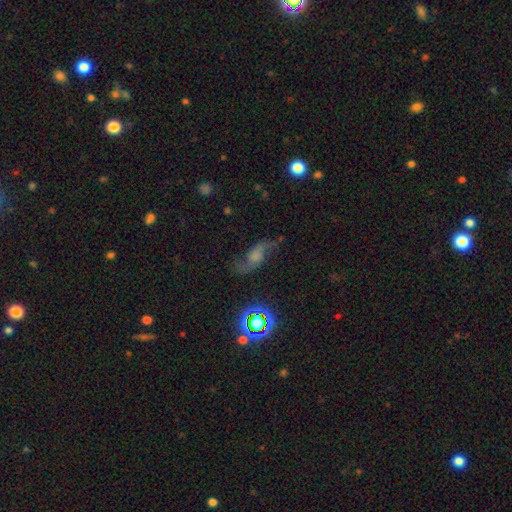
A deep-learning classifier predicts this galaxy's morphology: Smooth or featured?
  - featured or disk: 66% *
  - smooth: 19%
  - star or artifact: 15%
Edge-on disk?
  - no: 91% *
  - yes: 9%
Bar?
  - no: 58% *
  - weak: 33%
  - strong: 9%
Spiral arms?
  - yes: 92% *
  - no: 8%
Spiral winding?
  - loose: 79% *
  - medium: 17%
  - tight: 4%
Spiral arm count?
  - 2: 90% *
  - 1: 4%
  - can't tell: 3%
  - 3: 1%
  - 4: 1%
  - more than 4: 1%
Bulge size?
  - none: 30% *
  - moderate: 27%
  - small: 22%
  - large: 17%
  - dominant: 4%
Merging?
  - none: 65% *
  - minor disturbance: 19%
  - major disturbance: 13%
  - merger: 3%